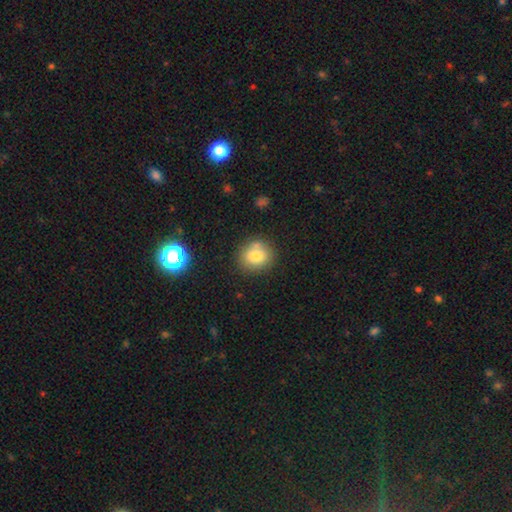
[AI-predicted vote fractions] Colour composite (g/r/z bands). It shows a smooth galaxy with no disk features (79%) that is round (76%). Merging: none (74%).